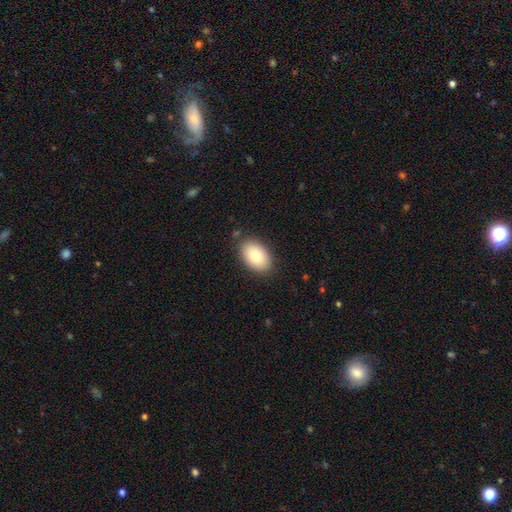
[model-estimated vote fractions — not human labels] smooth_or_featured: smooth (p=0.80) [alt: featured or disk p=0.12]
how_rounded: in between (p=0.88) [alt: round p=0.11]
merging: none (p=0.86) [alt: minor disturbance p=0.10]